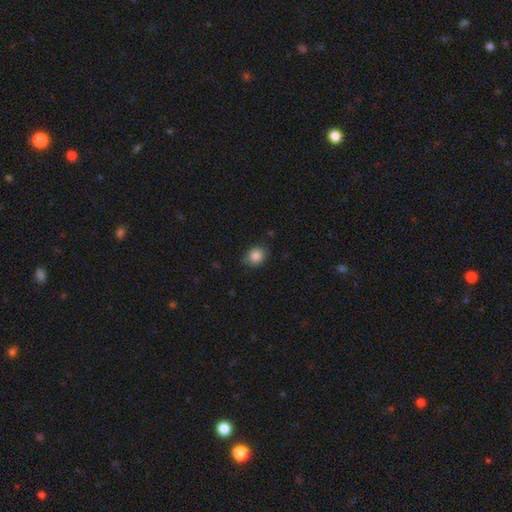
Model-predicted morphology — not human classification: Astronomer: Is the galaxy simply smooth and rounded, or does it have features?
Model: smooth — 86%.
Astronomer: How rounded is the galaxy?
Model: round — 69%.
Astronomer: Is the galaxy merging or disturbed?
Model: none — 82%.